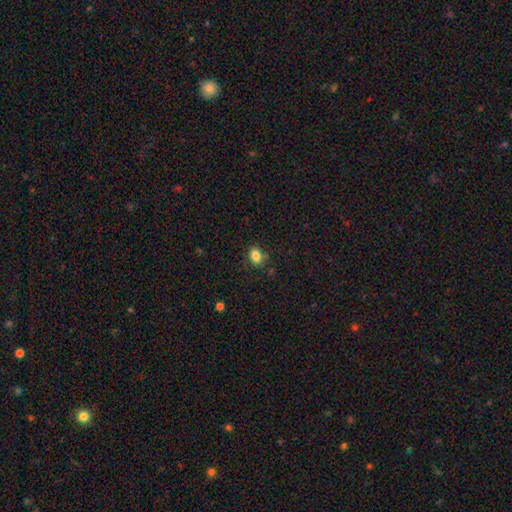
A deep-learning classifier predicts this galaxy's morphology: smooth_or_featured: smooth (p=0.83) [alt: star or artifact p=0.10]
how_rounded: in between (p=0.75) [alt: round p=0.23]
merging: none (p=0.81) [alt: minor disturbance p=0.13]